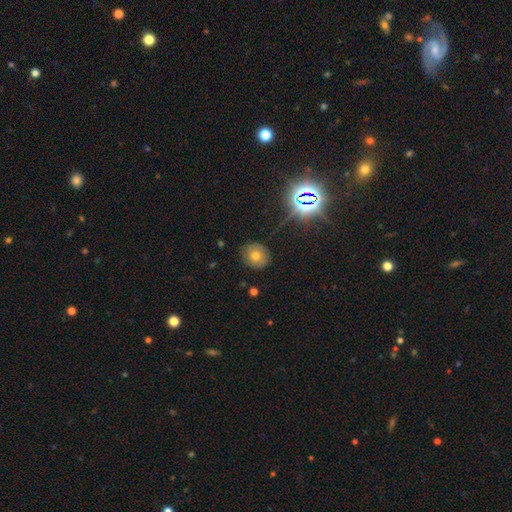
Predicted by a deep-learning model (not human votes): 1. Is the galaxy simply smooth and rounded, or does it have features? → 63% smooth, 20% star or artifact, 17% featured or disk.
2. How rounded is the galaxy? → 83% round, 16% in between, 1% cigar-shaped.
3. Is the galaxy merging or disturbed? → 82% none, 13% minor disturbance, 3% major disturbance, 1% merger.